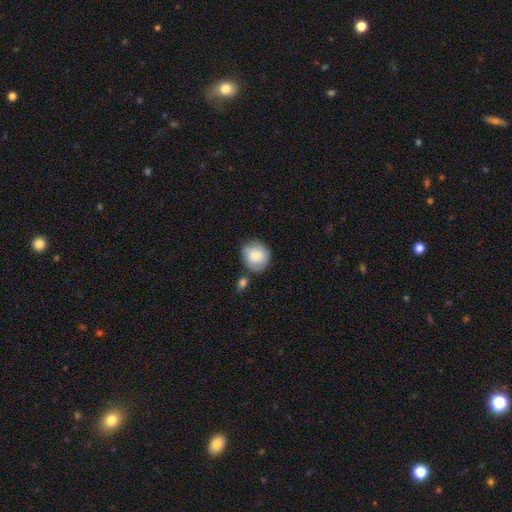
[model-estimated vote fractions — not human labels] Smooth or featured? smooth (76%)
How rounded? round (79%)
Merging? none (67%)